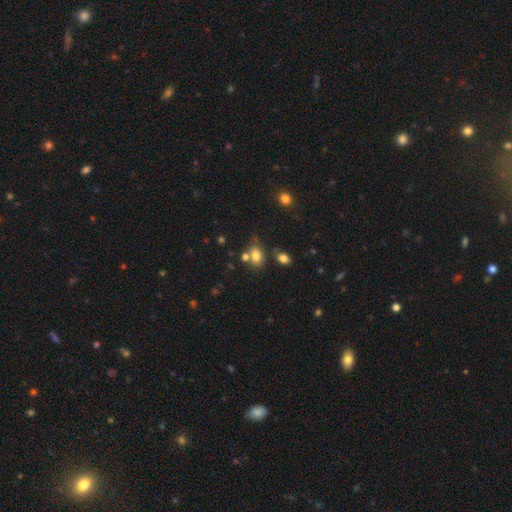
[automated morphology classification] Smooth or featured? Predicted: smooth (p=0.77). How rounded? Predicted: in between (p=0.73). Merging? Predicted: none (p=0.52).